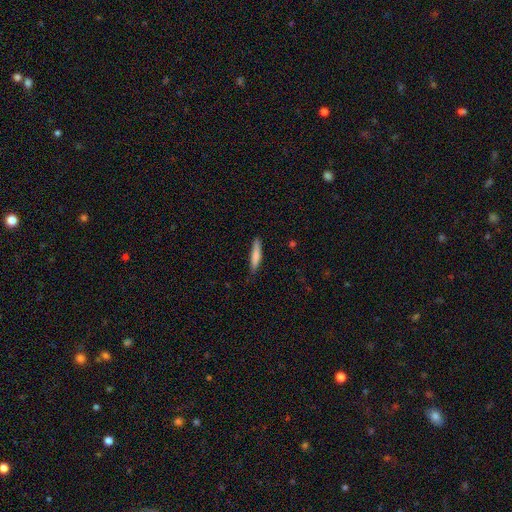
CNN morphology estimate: A smooth galaxy with no disk features (74%) that is cigar-shaped (89%).

Vote fractions:
- Smooth or featured? smooth: 74% / featured or disk: 20% / star or artifact: 6%
- How rounded? cigar-shaped: 89% / in between: 9% / round: 1%
- Merging? none: 84% / minor disturbance: 12% / major disturbance: 2% / merger: 1%